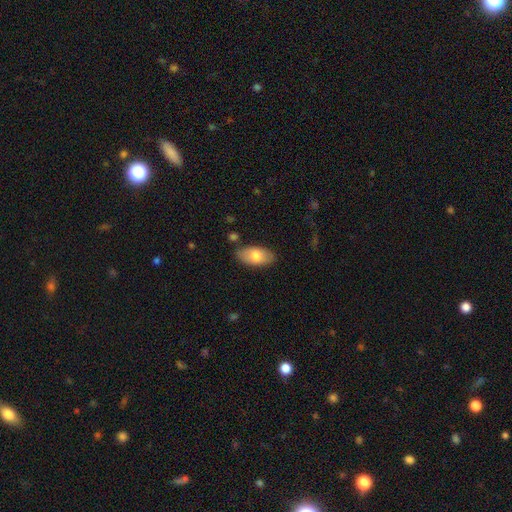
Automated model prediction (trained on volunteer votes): Smooth or featured? smooth (77%)
How rounded? in between (94%)
Merging? none (80%)